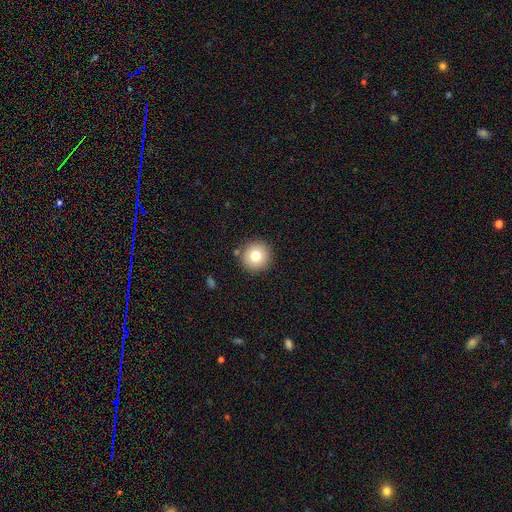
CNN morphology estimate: Overall: smooth (77%). How rounded: round (94%). Merging: none (88%).